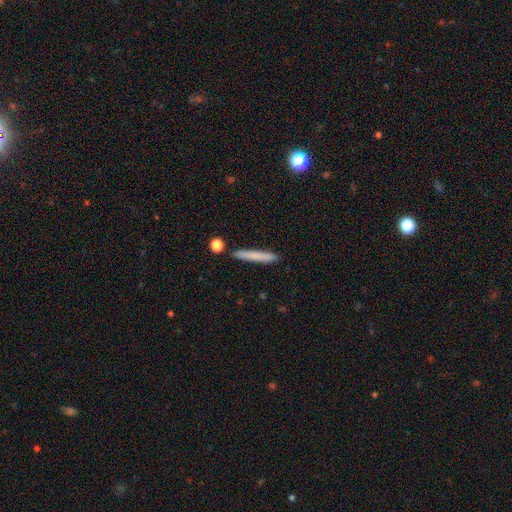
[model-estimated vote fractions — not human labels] A smooth galaxy with no disk features (76%) that is cigar-shaped (96%). Merging: none (89%).